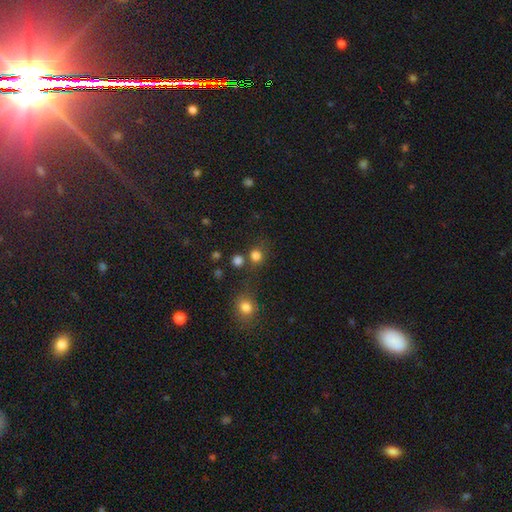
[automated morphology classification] smooth_or_featured: smooth (p=0.79) [alt: star or artifact p=0.16]
how_rounded: round (p=0.87) [alt: in between p=0.12]
merging: none (p=0.69) [alt: merger p=0.16]